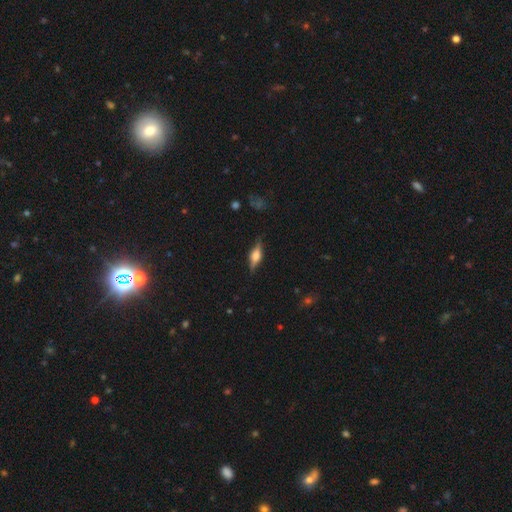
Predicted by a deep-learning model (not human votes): This is likely a featured or disk galaxy (66%). It is clearly viewed edge-on (96%). Edge-on bulge: clearly rounded (86%). Merging: clearly none (83%).